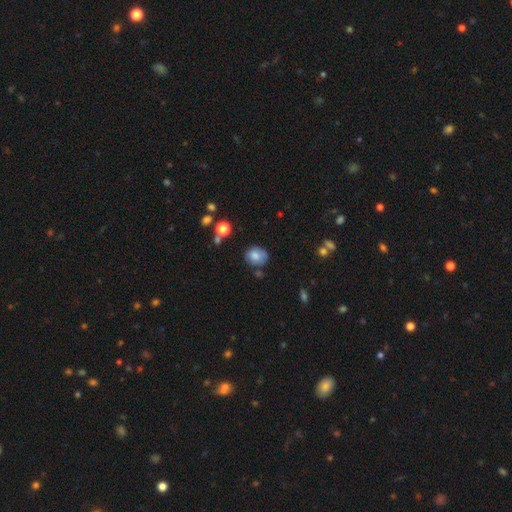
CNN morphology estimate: type=smooth (77%); roundness=round (59%); merging=none (66%).